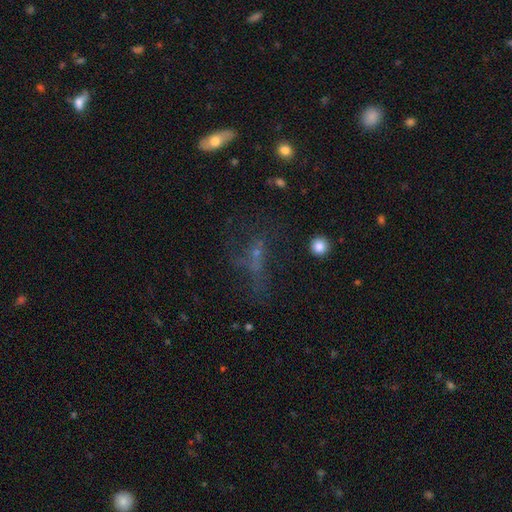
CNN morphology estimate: type=featured or disk (35%); merging=none (43%).